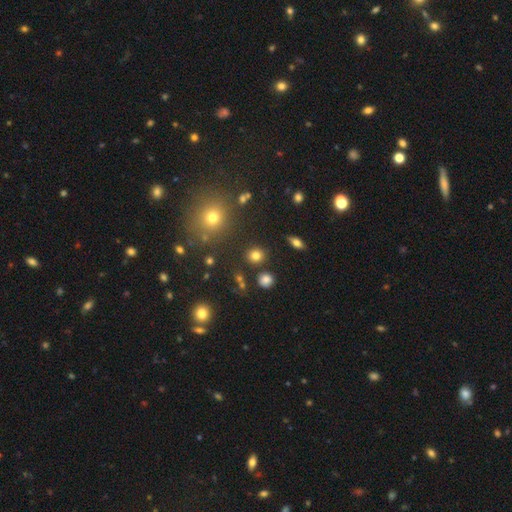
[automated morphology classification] smooth 79%, star or artifact 14%, featured or disk 7%. Down the decision tree: how rounded — round (86%); merging — none (87%).